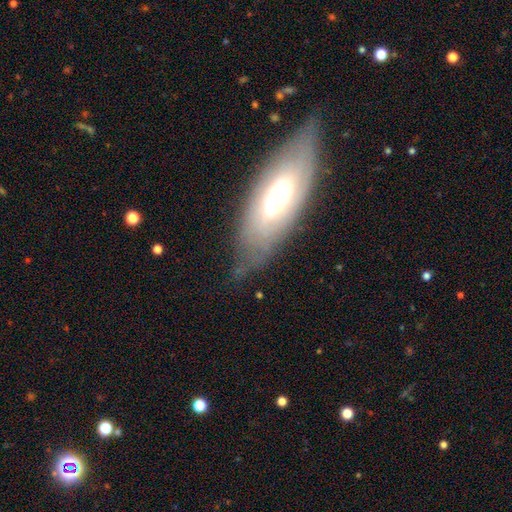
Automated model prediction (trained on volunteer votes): smooth-or-featured: featured or disk: 52% | smooth: 39% | star or artifact: 9%
  disk-edge-on: no: 70% | yes: 30%
  merging: none: 74% | minor disturbance: 19% | major disturbance: 6% | merger: 2%